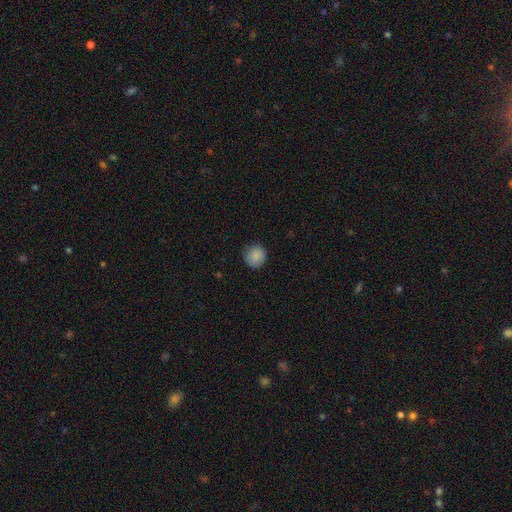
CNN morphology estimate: Smooth or featured? Predicted: smooth (p=0.87). How rounded? Predicted: round (p=0.90). Merging? Predicted: none (p=0.84).